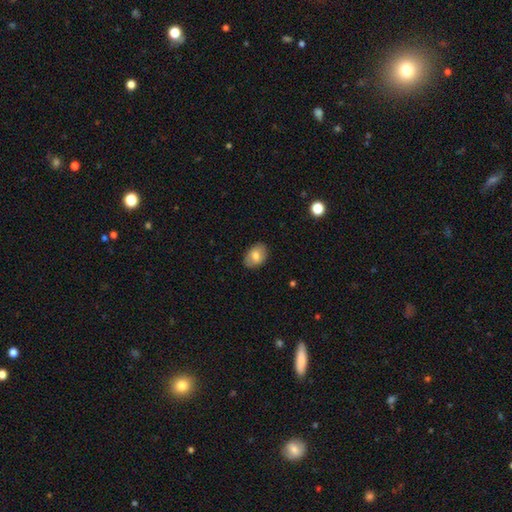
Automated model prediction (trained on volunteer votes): Q: Smooth or featured?
A: smooth (75%); runner-up: featured or disk (18%)
Q: How rounded?
A: in between (83%); runner-up: round (16%)
Q: Merging?
A: none (85%); runner-up: minor disturbance (12%)